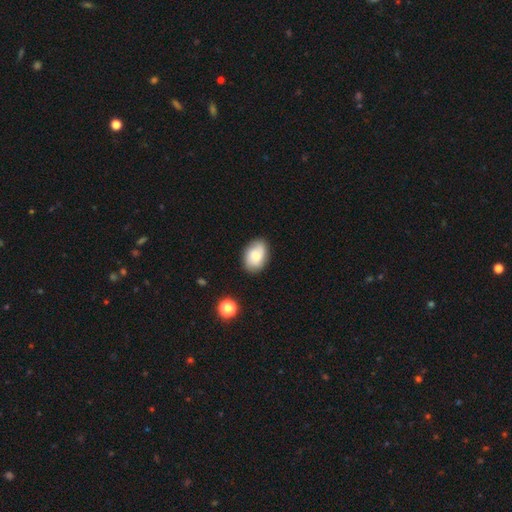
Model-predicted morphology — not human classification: Smooth or featured?
  - smooth: 65% *
  - featured or disk: 27%
  - star or artifact: 8%
How rounded?
  - in between: 82% *
  - round: 17%
  - cigar-shaped: 1%
Merging?
  - none: 80% *
  - minor disturbance: 14%
  - major disturbance: 3%
  - merger: 2%